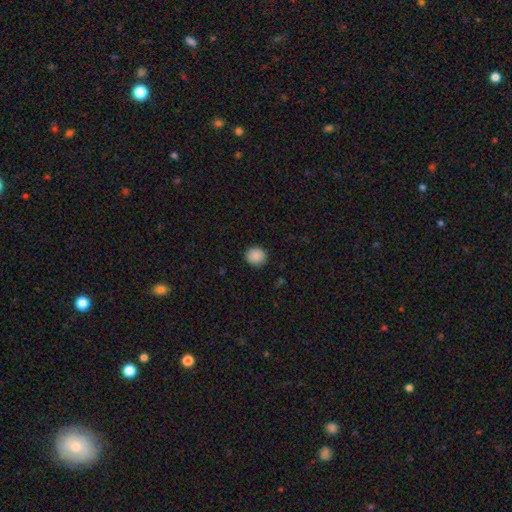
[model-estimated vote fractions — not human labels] Q: Smooth or featured?
A: smooth (89%); runner-up: star or artifact (8%)
Q: How rounded?
A: round (90%); runner-up: in between (9%)
Q: Merging?
A: none (91%); runner-up: minor disturbance (7%)